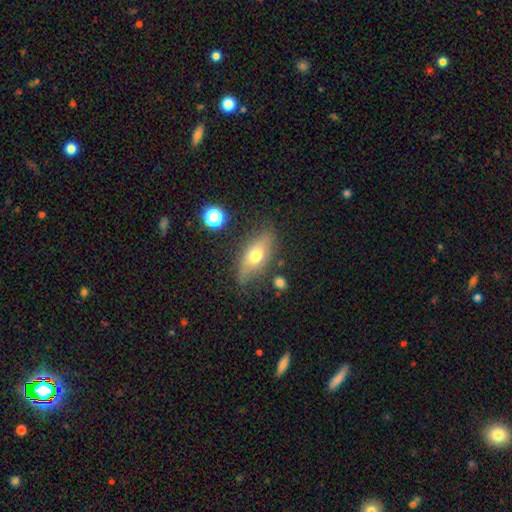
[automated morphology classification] Overall: smooth (59%; featured or disk 33%). How rounded: in between (75%). Merging: none (72%).